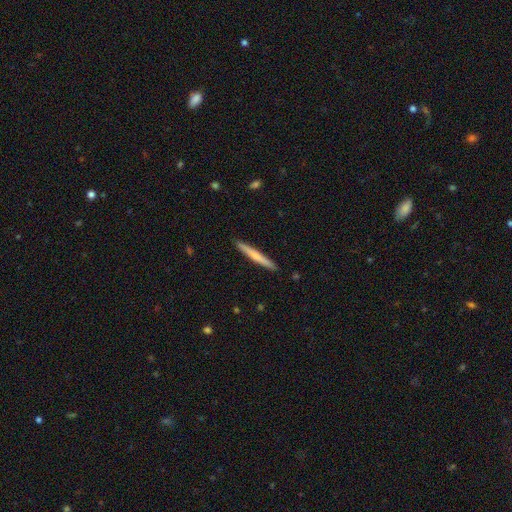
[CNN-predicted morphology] This is possibly a smooth galaxy (55%). How rounded: clearly cigar-shaped (96%). Merging: clearly none (92%).